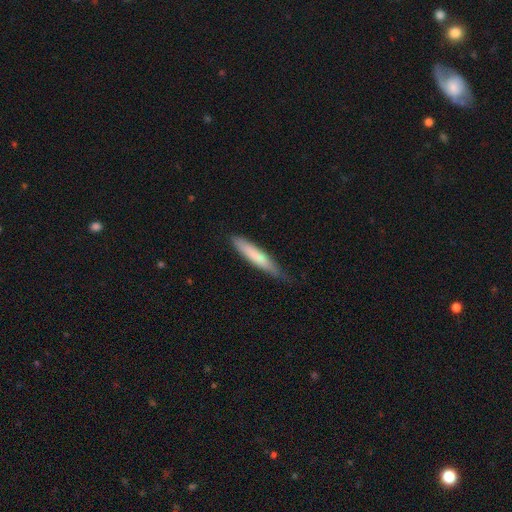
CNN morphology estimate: Q: Smooth or featured?
A: smooth (75%); runner-up: featured or disk (20%)
Q: How rounded?
A: cigar-shaped (90%); runner-up: in between (9%)
Q: Merging?
A: none (70%); runner-up: minor disturbance (25%)